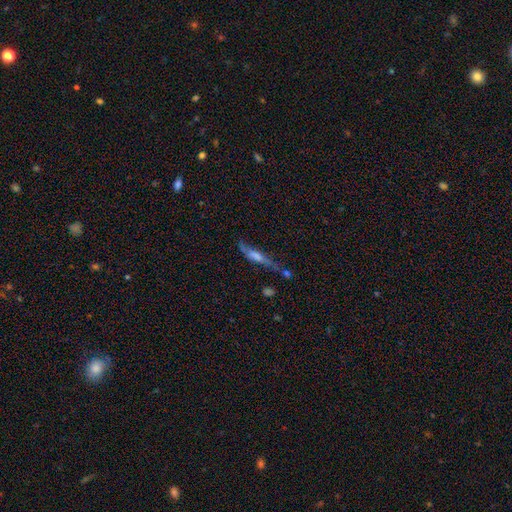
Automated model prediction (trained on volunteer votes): This appears to be a featured or disk galaxy (59%) viewed edge-on (70%). Merging: none (47%).